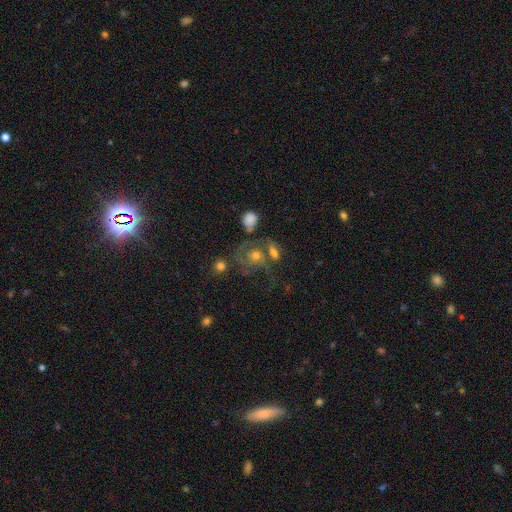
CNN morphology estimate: Smooth or featured? Predicted: featured or disk (p=0.57). Edge-on disk? Predicted: no (p=0.96). Bar? Predicted: no (p=0.81). Spiral arms? Predicted: yes (p=0.77). Bulge size? Predicted: moderate (p=0.56). Merging? Predicted: none (p=0.36).